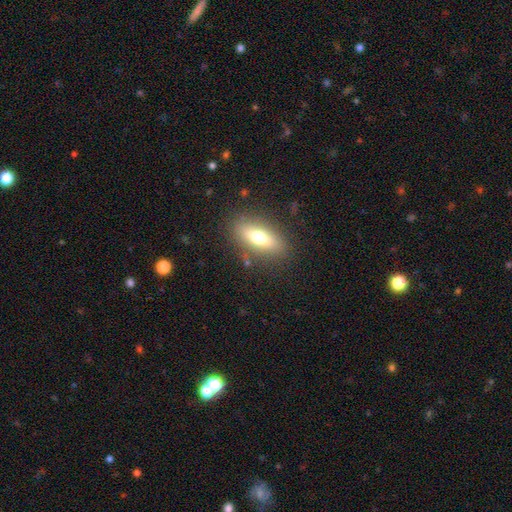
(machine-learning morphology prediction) Q: Smooth or featured?
A: smooth (54%); runner-up: featured or disk (33%)
Q: How rounded?
A: in between (68%); runner-up: cigar-shaped (27%)
Q: Merging?
A: none (85%); runner-up: minor disturbance (10%)